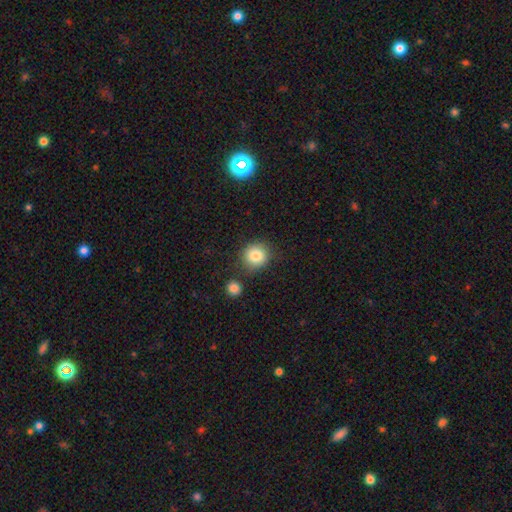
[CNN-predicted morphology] Smooth or featured? Predicted: smooth (p=0.83). How rounded? Predicted: round (p=0.88). Merging? Predicted: none (p=0.77).